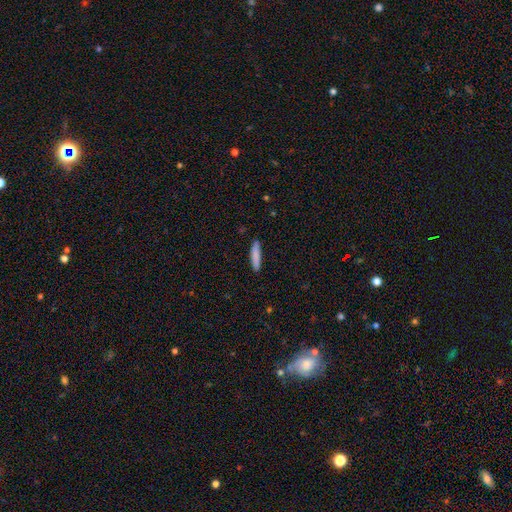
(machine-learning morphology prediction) Smooth or featured: smooth — 85% (featured or disk — 9%)
How rounded: cigar-shaped — 86% (in between — 13%)
Merging: none — 87% (minor disturbance — 10%)